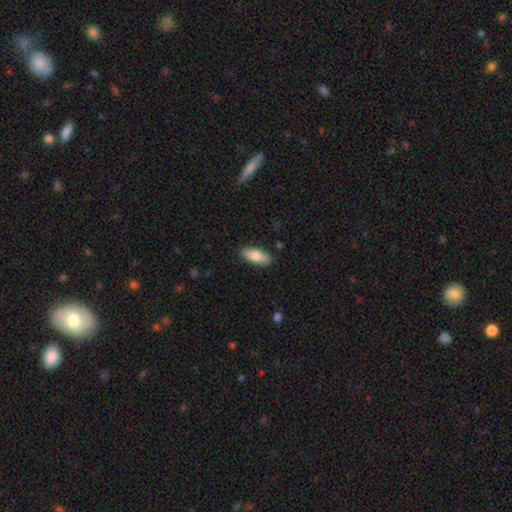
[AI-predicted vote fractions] This appears to be a smooth galaxy with no disk features (74%) that is in between round and cigar-shaped (73%). Merging: none (88%).